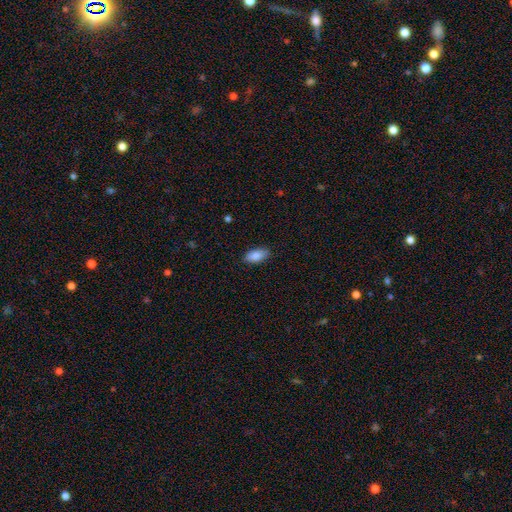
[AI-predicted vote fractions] Overall: smooth (86%). How rounded: in between (91%). Merging: none (85%).